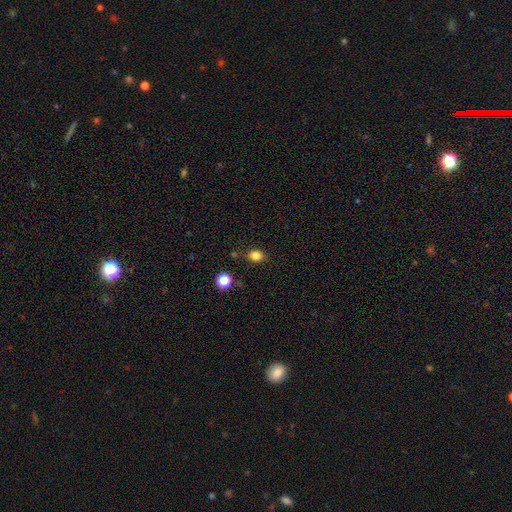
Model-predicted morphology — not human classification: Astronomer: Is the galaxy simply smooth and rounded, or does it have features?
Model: smooth — 82%.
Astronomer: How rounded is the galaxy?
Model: round — 51% (runner-up: in between, 48%).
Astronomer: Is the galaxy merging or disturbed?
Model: none — 83%.